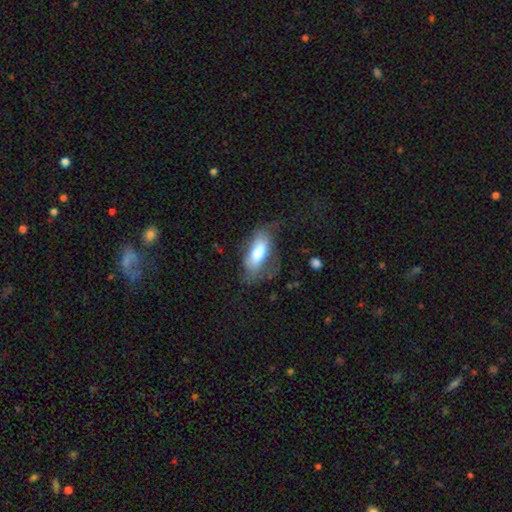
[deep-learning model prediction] Smooth or featured: smooth — 66% (featured or disk — 27%)
How rounded: in between — 81% (cigar-shaped — 16%)
Merging: none — 46% (minor disturbance — 28%)